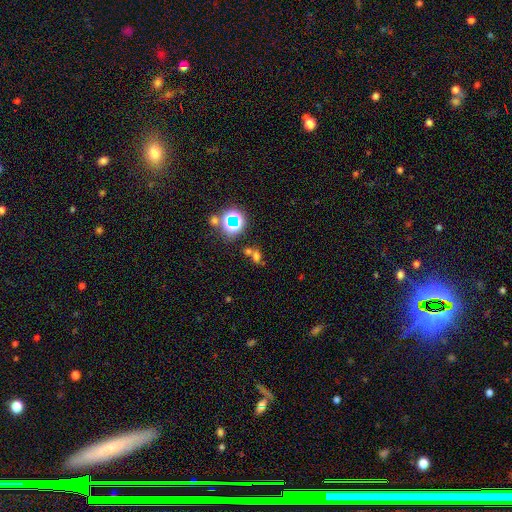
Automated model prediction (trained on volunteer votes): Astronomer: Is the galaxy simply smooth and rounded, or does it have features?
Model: smooth — 52% (runner-up: star or artifact, 33%).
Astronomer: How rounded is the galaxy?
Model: in between — 60% (runner-up: round, 36%).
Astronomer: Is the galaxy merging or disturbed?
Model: none — 43% (runner-up: merger, 40%).